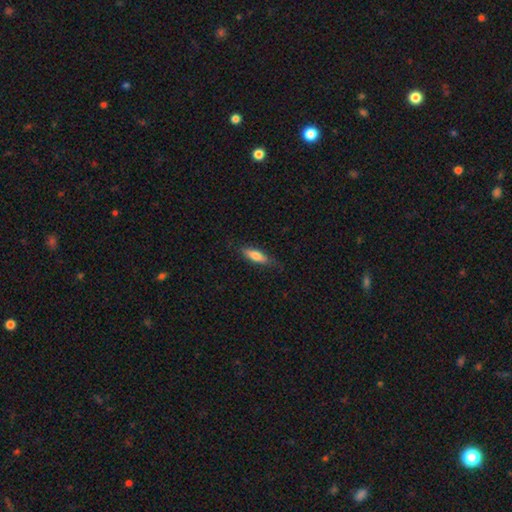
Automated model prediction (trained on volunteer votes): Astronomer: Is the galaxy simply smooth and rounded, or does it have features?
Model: smooth — 74%.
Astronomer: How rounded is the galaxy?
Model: cigar-shaped — 54% (runner-up: in between, 44%).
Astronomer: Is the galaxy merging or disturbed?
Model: none — 77%.